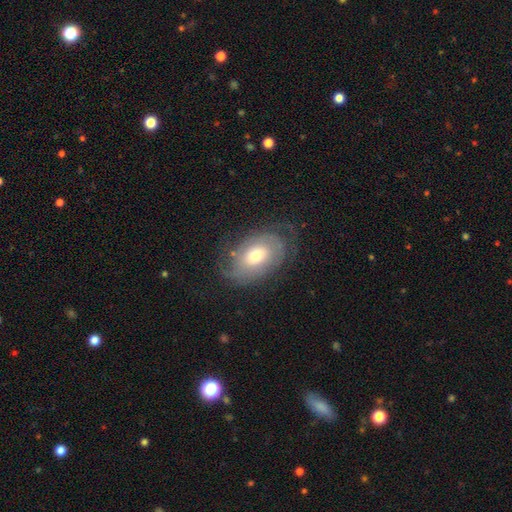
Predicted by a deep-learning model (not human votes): Q: Smooth or featured?
A: featured or disk (67%); runner-up: smooth (27%)
Q: Edge-on disk?
A: no (95%); runner-up: yes (5%)
Q: Bar?
A: no (73%); runner-up: weak (22%)
Q: Spiral arms?
A: yes (82%); runner-up: no (18%)
Q: Spiral winding?
A: tight (55%); runner-up: medium (30%)
Q: Spiral arm count?
A: can't tell (41%); runner-up: 2 (38%)
Q: Bulge size?
A: moderate (64%); runner-up: small (20%)
Q: Merging?
A: none (66%); runner-up: minor disturbance (20%)